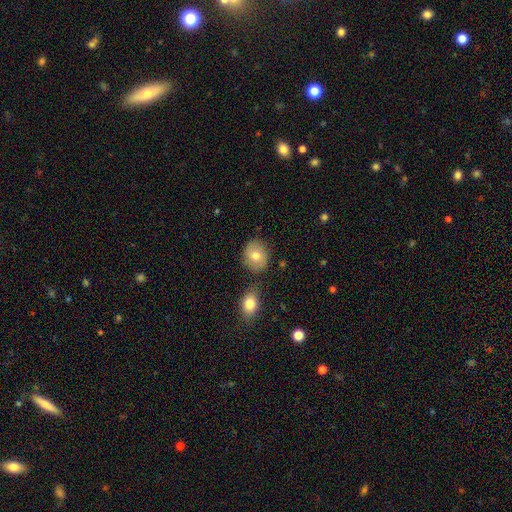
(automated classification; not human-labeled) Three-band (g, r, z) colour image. It shows a smooth galaxy with no disk features (75%) that is round (67%). Merging: none (78%).